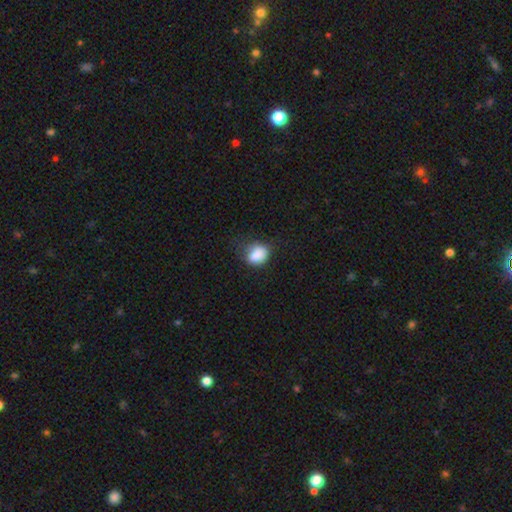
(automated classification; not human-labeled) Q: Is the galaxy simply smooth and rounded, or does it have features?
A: smooth — 82%.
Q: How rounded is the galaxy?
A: in between — 52%.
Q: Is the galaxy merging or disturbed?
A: none — 56%.